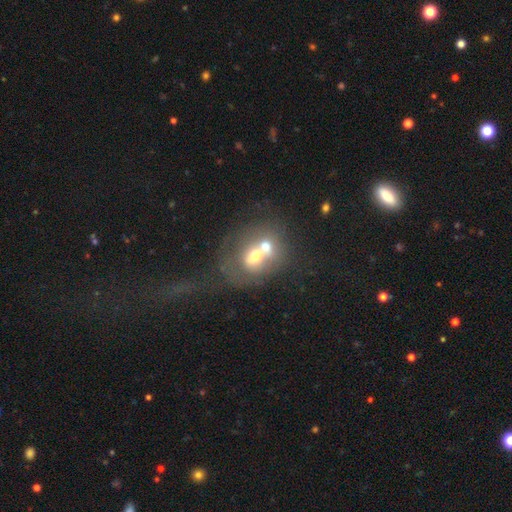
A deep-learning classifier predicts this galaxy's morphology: Overall: smooth (50%; featured or disk 39%). Merging: merger (70%).